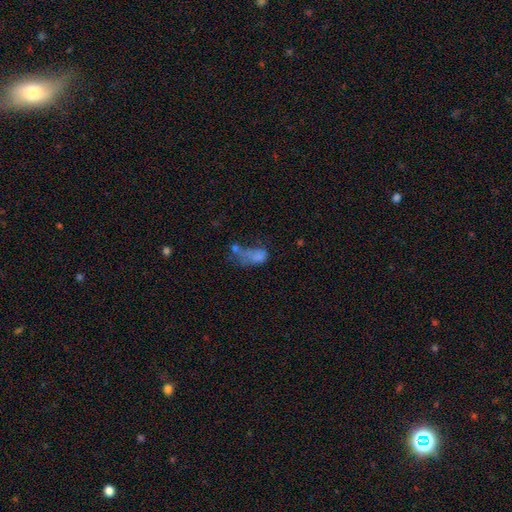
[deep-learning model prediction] smooth_or_featured: smooth (p=0.58) [alt: featured or disk p=0.25]
how_rounded: in between (p=0.83) [alt: round p=0.12]
merging: major disturbance (p=0.40) [alt: merger p=0.30]